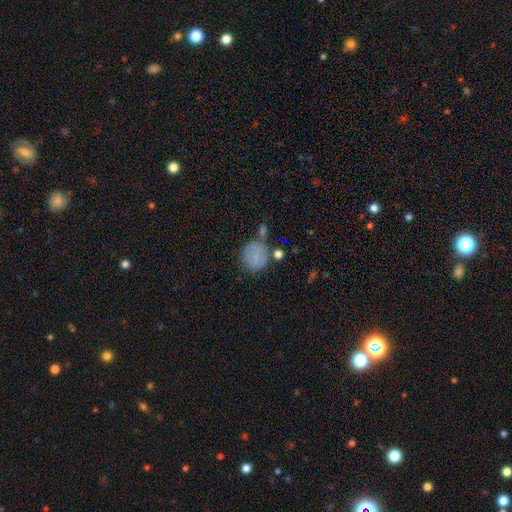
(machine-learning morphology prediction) Smooth or featured? Predicted: smooth (p=0.75). How rounded? Predicted: round (p=0.80). Merging? Predicted: none (p=0.55).